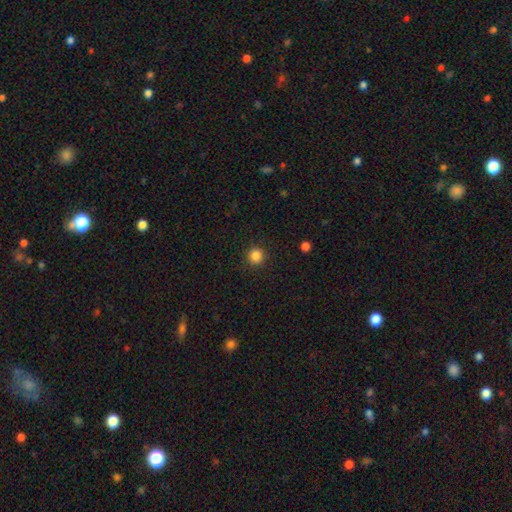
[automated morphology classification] This appears to be a smooth galaxy with no disk features (85%) that is round (94%). Merging: none (91%).